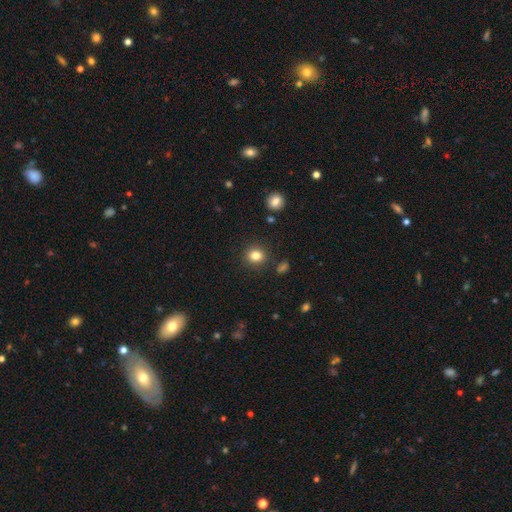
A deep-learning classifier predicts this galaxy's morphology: type=smooth (83%); roundness=round (76%); merging=none (88%).